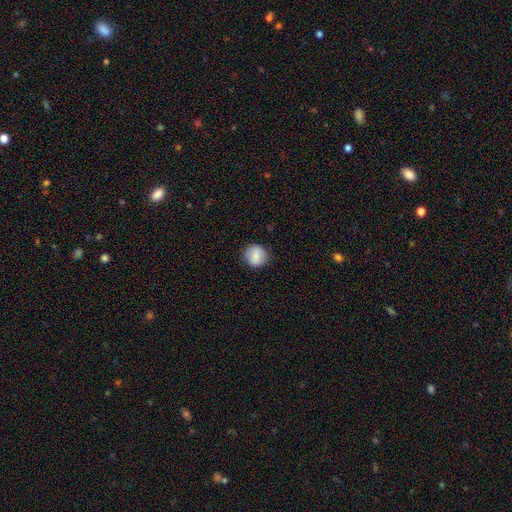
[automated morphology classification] smooth_or_featured: smooth (p=0.81) [alt: featured or disk p=0.12]
how_rounded: round (p=0.87) [alt: in between p=0.12]
merging: none (p=0.85) [alt: minor disturbance p=0.11]